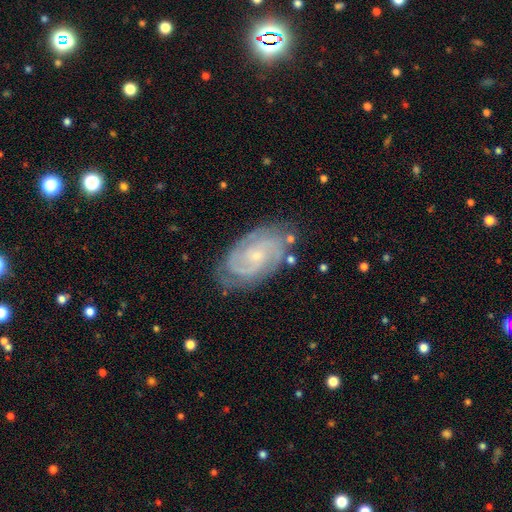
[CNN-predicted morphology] featured or disk 87%, smooth 7%, star or artifact 6%. Down the decision tree: edge-on disk — no (97%); bar — no (64%); spiral arms — yes (98%); spiral arm count — 2 (58%); spiral winding — tight (65%); bulge size — small (77%); merging — none (78%).